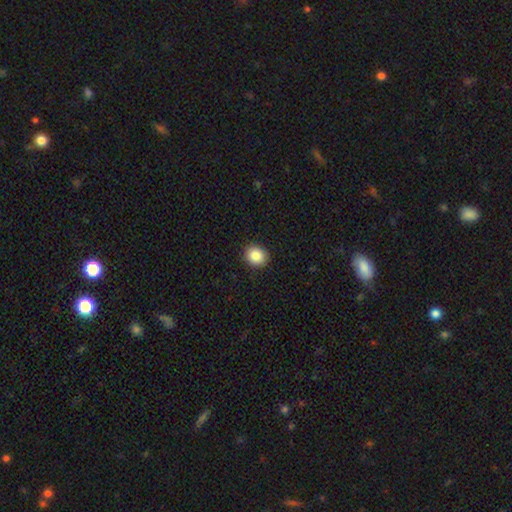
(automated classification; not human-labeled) Smooth or featured? smooth (88%)
How rounded? round (66%)
Merging? none (91%)